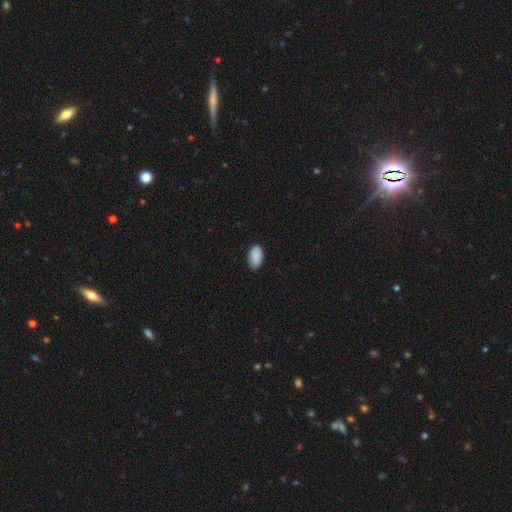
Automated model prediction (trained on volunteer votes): Smooth or featured?
  - smooth: 90% *
  - star or artifact: 6%
  - featured or disk: 3%
How rounded?
  - in between: 95% *
  - round: 4%
  - cigar-shaped: 1%
Merging?
  - none: 85% *
  - minor disturbance: 12%
  - major disturbance: 2%
  - merger: 1%